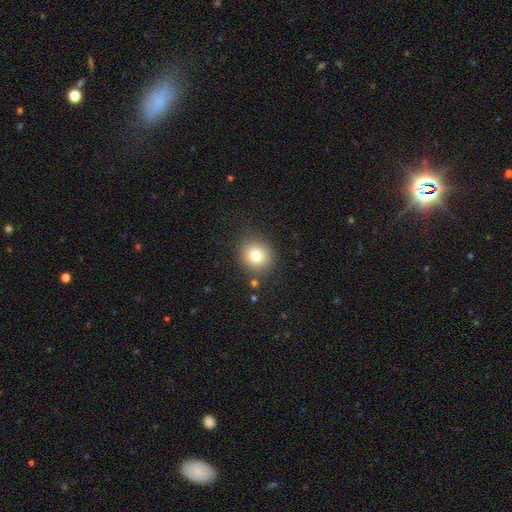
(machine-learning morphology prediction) Smooth or featured? smooth (77%)
How rounded? round (87%)
Merging? none (84%)